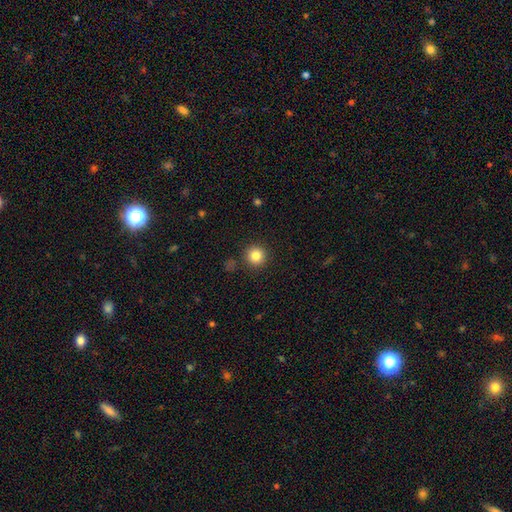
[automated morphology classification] Smooth or featured?
  - smooth: 83% *
  - star or artifact: 11%
  - featured or disk: 6%
How rounded?
  - round: 94% *
  - in between: 5%
  - cigar-shaped: 1%
Merging?
  - none: 89% *
  - minor disturbance: 7%
  - major disturbance: 3%
  - merger: 2%